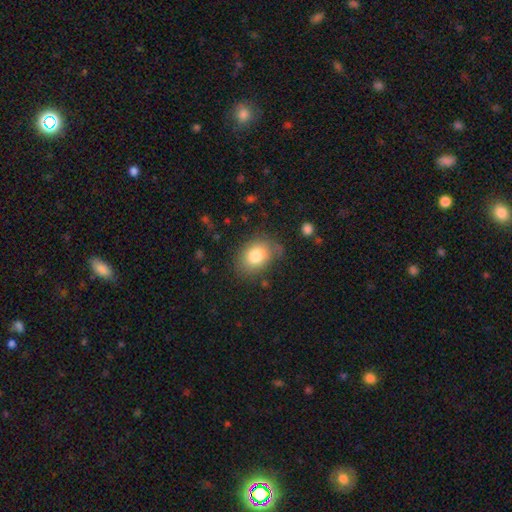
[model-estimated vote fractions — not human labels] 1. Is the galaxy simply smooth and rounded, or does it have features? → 80% smooth, 11% featured or disk, 9% star or artifact.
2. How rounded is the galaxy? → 67% in between, 32% round, 1% cigar-shaped.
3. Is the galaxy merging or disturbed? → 72% none, 20% minor disturbance, 6% major disturbance, 2% merger.